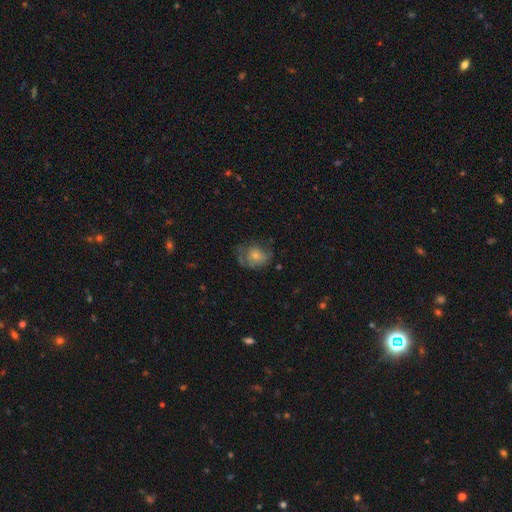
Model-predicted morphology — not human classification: smooth 60%, featured or disk 31%, star or artifact 9%. Down the decision tree: how rounded — round (51%); merging — none (43%).